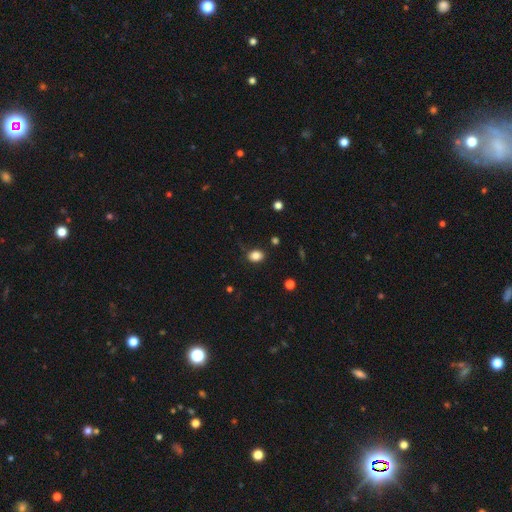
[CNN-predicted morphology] Smooth or featured?
  - smooth: 84% *
  - star or artifact: 10%
  - featured or disk: 5%
How rounded?
  - in between: 64% *
  - round: 35%
  - cigar-shaped: 1%
Merging?
  - none: 81% *
  - minor disturbance: 14%
  - major disturbance: 3%
  - merger: 2%